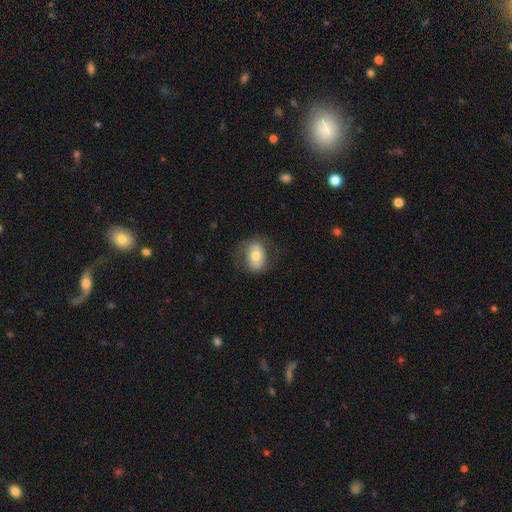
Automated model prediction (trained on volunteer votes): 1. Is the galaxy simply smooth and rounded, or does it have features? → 58% smooth, 34% featured or disk, 7% star or artifact.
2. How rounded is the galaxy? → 68% in between, 31% round, 1% cigar-shaped.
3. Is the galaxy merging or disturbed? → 68% none, 19% minor disturbance, 12% major disturbance, 1% merger.